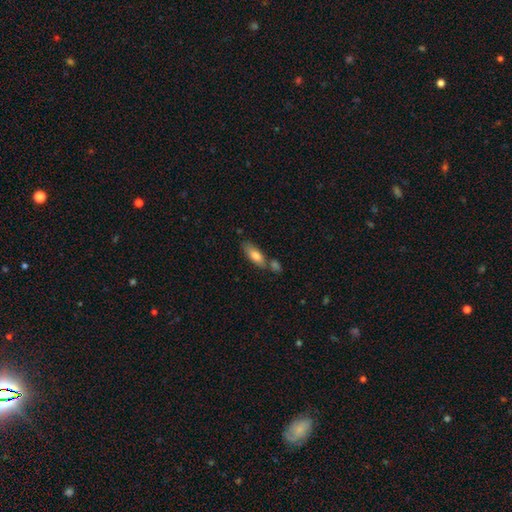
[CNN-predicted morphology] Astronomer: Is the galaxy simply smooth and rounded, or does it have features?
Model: smooth — 75%.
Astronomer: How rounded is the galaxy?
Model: in between — 68%.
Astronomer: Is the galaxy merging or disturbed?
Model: none — 55%.